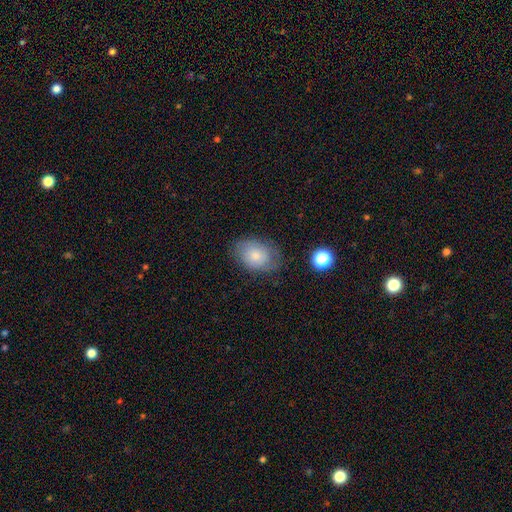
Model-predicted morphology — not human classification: smooth 71%, featured or disk 21%, star or artifact 9%. Down the decision tree: how rounded — in between (69%); merging — none (67%).